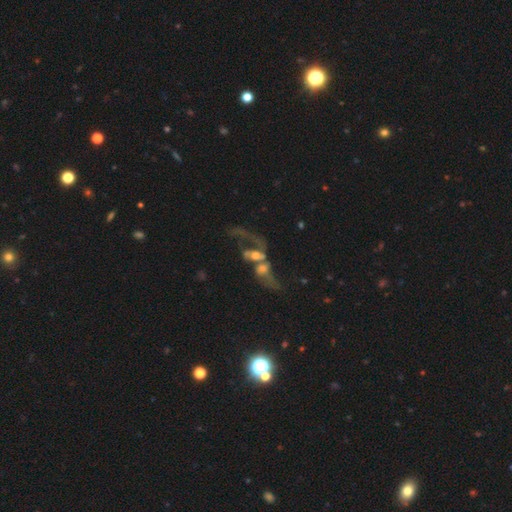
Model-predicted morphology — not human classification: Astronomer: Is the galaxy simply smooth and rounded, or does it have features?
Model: featured or disk — 62%.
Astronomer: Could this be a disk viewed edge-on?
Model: no — 94%.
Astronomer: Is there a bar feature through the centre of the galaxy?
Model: no — 63%.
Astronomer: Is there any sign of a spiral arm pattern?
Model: yes — 61% (runner-up: no, 39%).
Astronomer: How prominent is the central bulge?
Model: moderate — 43% (runner-up: large, 21%).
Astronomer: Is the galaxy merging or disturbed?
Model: merger — 73%.